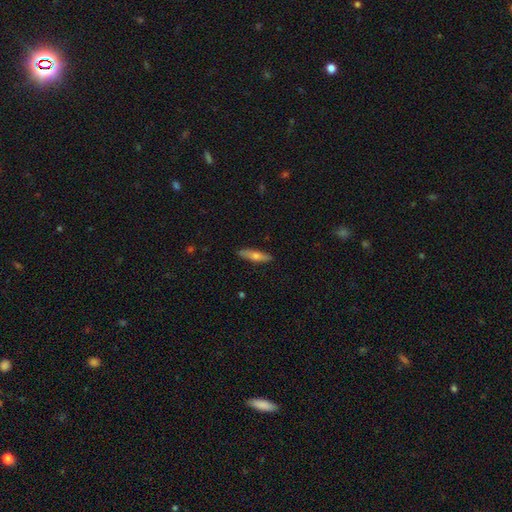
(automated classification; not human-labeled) A smooth galaxy with no disk features (58%) that is cigar-shaped (78%). Merging: none (89%).